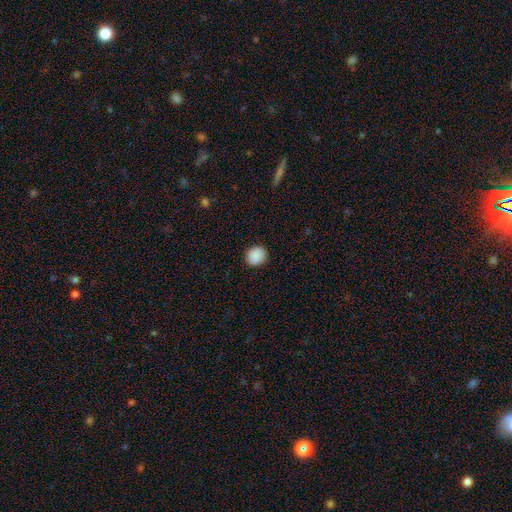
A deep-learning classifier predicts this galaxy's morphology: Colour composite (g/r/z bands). It shows a smooth galaxy with no disk features (90%) that is round (82%). Merging: none (90%).